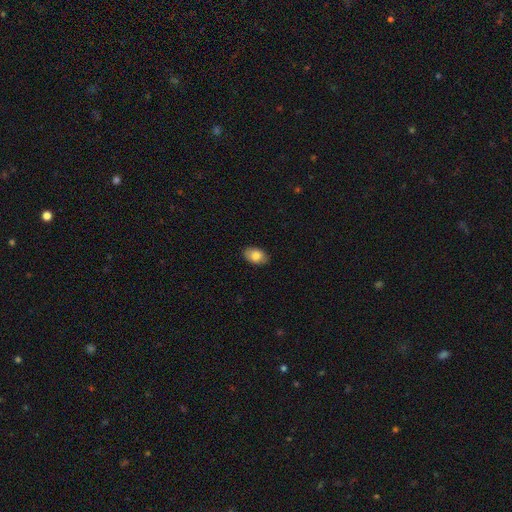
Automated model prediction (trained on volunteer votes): Smooth or featured? smooth (84%)
How rounded? in between (89%)
Merging? none (88%)